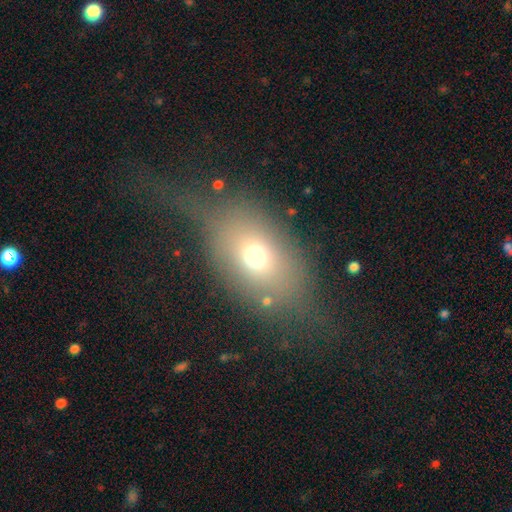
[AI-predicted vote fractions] Morphology: type=smooth (67%); roundness=in between (72%); merging=none (55%).